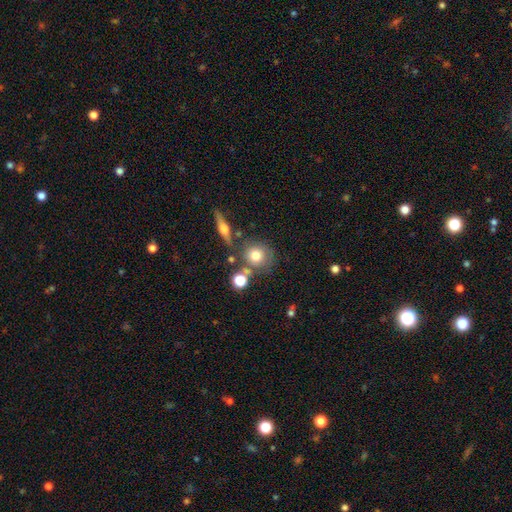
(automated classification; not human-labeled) This appears to be a smooth galaxy with no disk features (71%) that is round (84%). Merging: none (68%).